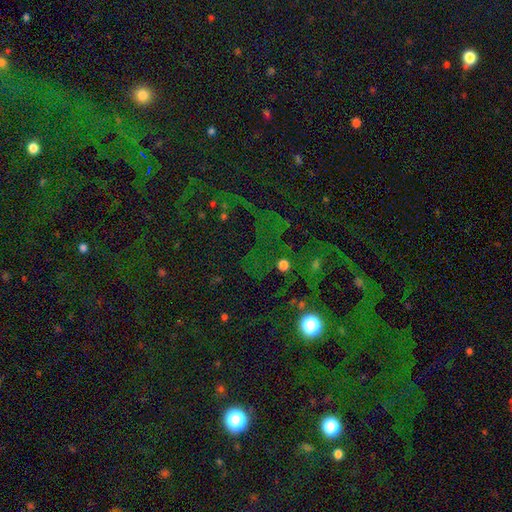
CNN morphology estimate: The model was most divided on "smooth or featured": star or artifact: 74%, smooth: 17%, featured or disk: 10%.